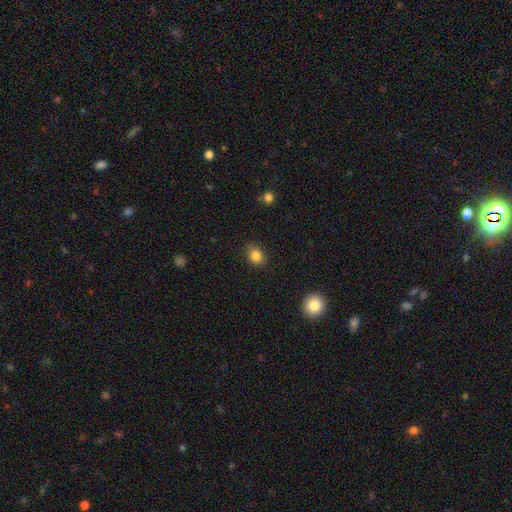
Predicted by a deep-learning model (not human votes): This appears to be a smooth galaxy with no disk features (83%) that is in between round and cigar-shaped (54%). Merging: none (82%).